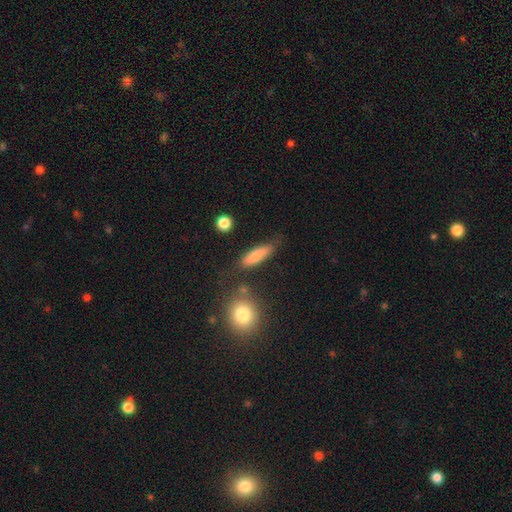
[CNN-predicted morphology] The model was most divided on "how rounded": cigar-shaped: 54%, in between: 42%, round: 4%. More confident: smooth or featured — smooth (78%); merging — none (72%).